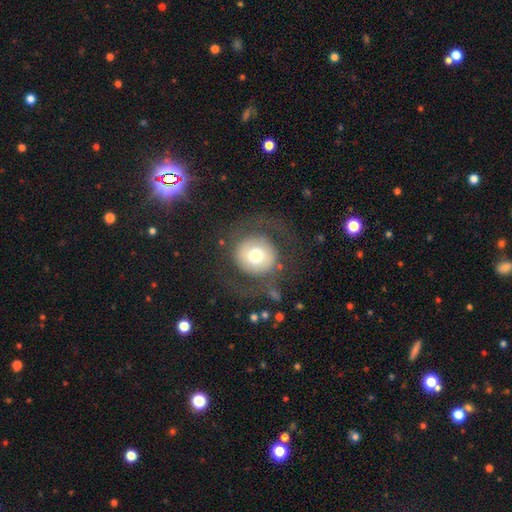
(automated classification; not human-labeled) Smooth or featured?
  - smooth: 52% *
  - featured or disk: 39%
  - star or artifact: 8%
How rounded?
  - round: 91% *
  - in between: 8%
  - cigar-shaped: 1%
Merging?
  - none: 71% *
  - major disturbance: 16%
  - minor disturbance: 11%
  - merger: 2%